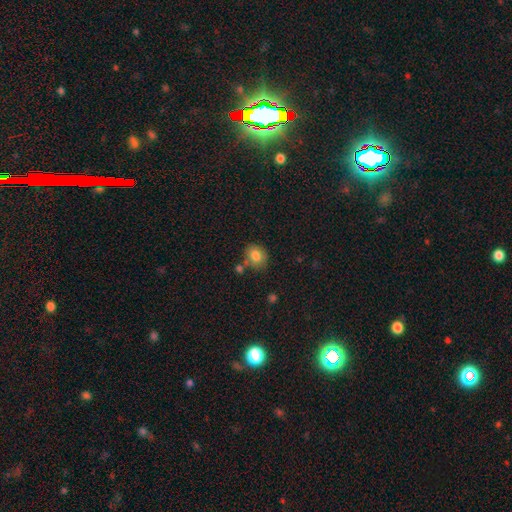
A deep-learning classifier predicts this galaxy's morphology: The model was most divided on "how rounded": round: 64%, in between: 36%, cigar-shaped: 1%. More confident: smooth or featured — smooth (80%); merging — none (70%).